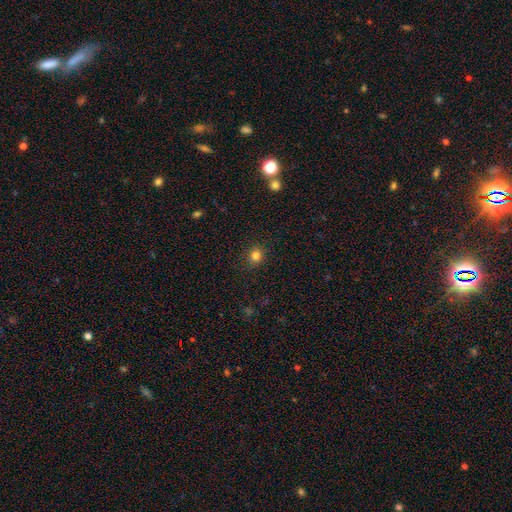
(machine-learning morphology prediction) A smooth galaxy with no disk features (82%) that is round (84%).

Vote fractions:
- Smooth or featured? smooth: 82% / star or artifact: 13% / featured or disk: 5%
- How rounded? round: 84% / in between: 15% / cigar-shaped: 1%
- Merging? none: 90% / minor disturbance: 7% / major disturbance: 2% / merger: 1%